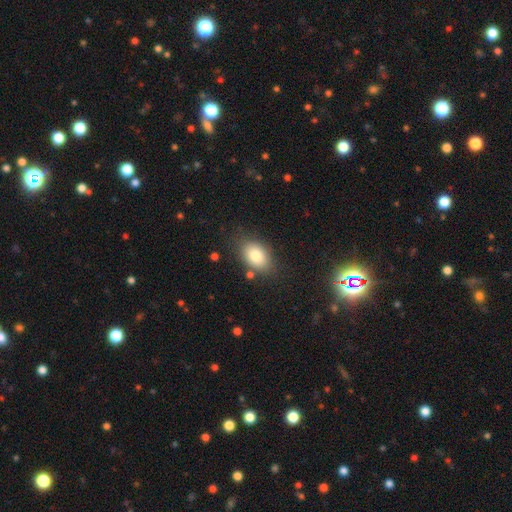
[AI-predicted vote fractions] This appears to be a smooth galaxy with no disk features (81%) that is in between round and cigar-shaped (85%). Merging: none (77%).